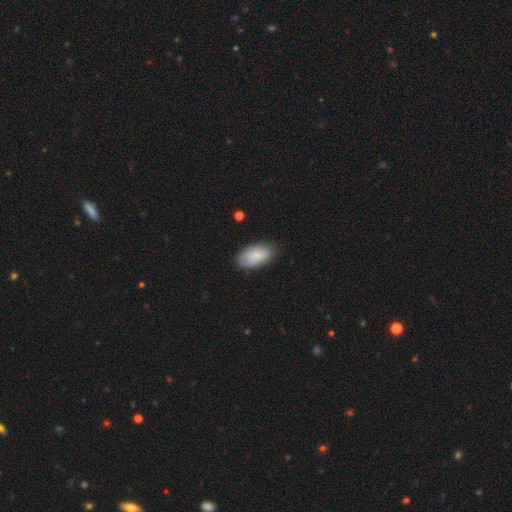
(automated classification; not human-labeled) A smooth galaxy with no disk features (79%) that is in between round and cigar-shaped (94%). Merging: none (81%).